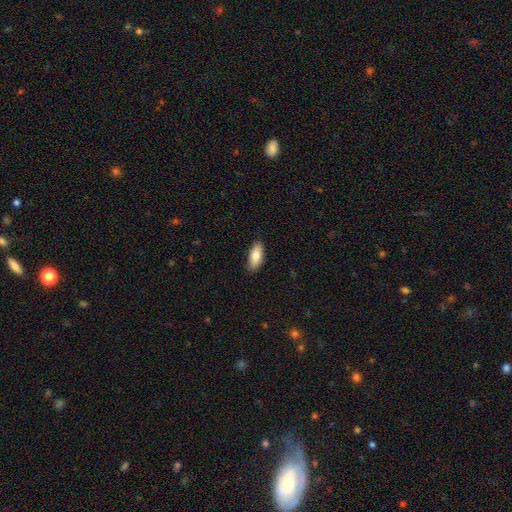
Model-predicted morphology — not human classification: smooth-or-featured: smooth: 85% | featured or disk: 9% | star or artifact: 6%
  how-rounded: in between: 82% | cigar-shaped: 16% | round: 2%
  merging: none: 87% | minor disturbance: 10% | major disturbance: 2% | merger: 1%